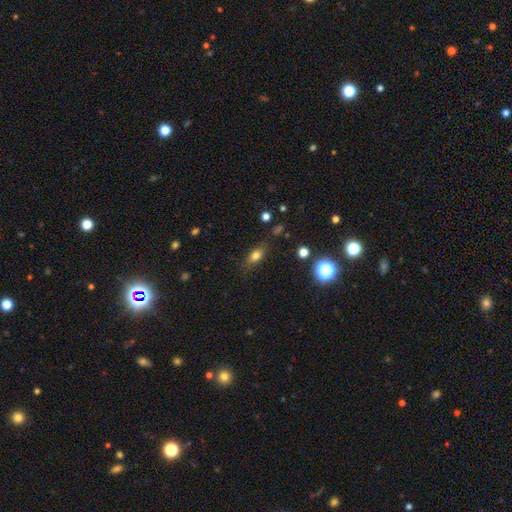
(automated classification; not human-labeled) The model was most divided on "how rounded": in between: 75%, round: 13%, cigar-shaped: 12%. More confident: merging — none (77%); smooth or featured — smooth (75%).